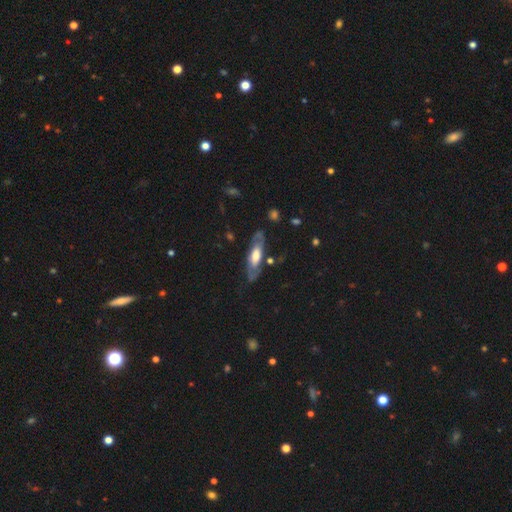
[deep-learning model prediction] Smooth or featured?
  - featured or disk: 62% *
  - smooth: 32%
  - star or artifact: 6%
Edge-on disk?
  - no: 65% *
  - yes: 35%
Merging?
  - none: 73% *
  - minor disturbance: 17%
  - major disturbance: 7%
  - merger: 2%